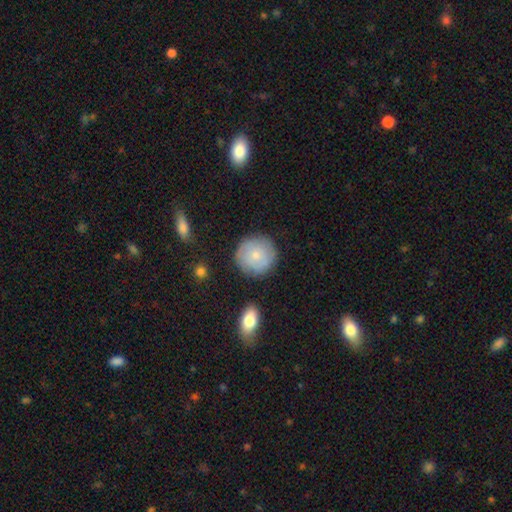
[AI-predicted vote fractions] Overall: smooth (68%). How rounded: round (94%). Merging: none (83%).